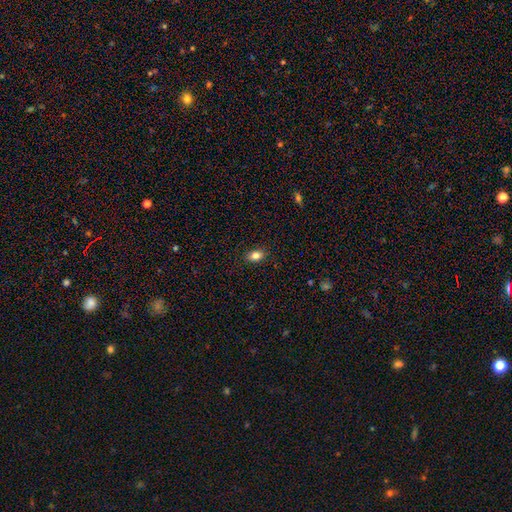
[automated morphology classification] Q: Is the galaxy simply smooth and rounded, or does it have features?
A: smooth — 83%.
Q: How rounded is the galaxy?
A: in between — 79%.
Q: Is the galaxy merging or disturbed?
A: none — 89%.